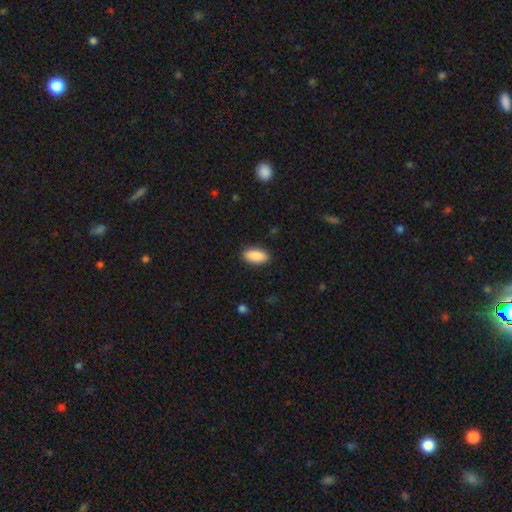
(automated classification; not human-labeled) smooth-or-featured: smooth: 89% | star or artifact: 6% | featured or disk: 5%
  how-rounded: in between: 88% | cigar-shaped: 10% | round: 2%
  merging: none: 89% | minor disturbance: 8% | major disturbance: 2% | merger: 1%